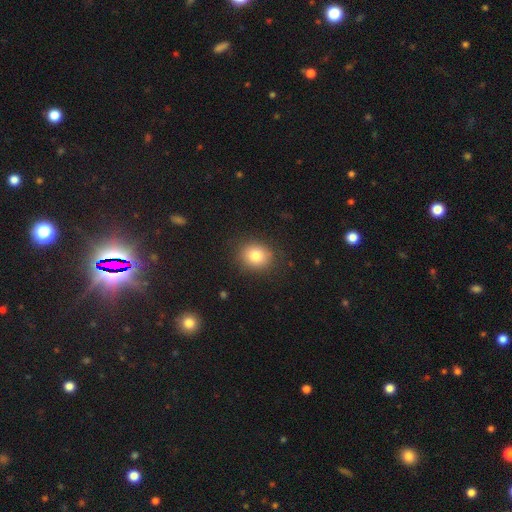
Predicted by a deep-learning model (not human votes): Smooth or featured? smooth (81%)
How rounded? round (68%)
Merging? none (86%)